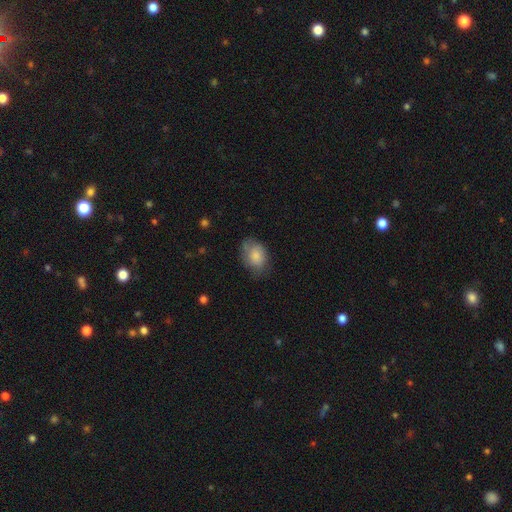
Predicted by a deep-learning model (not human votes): This is clearly a smooth galaxy (81%). How rounded: likely in between (73%). Merging: likely none (63%).